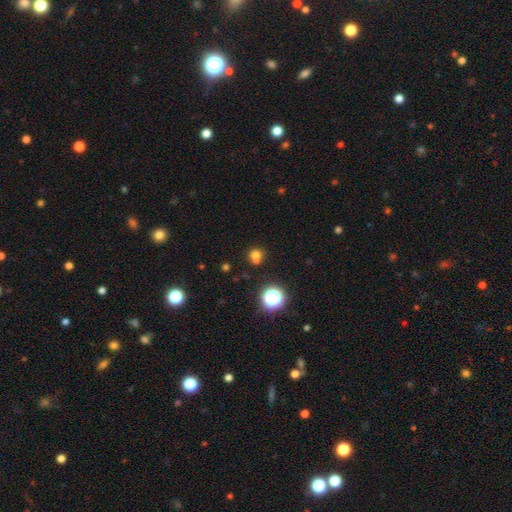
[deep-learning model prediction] Smooth or featured?
  - smooth: 69% *
  - star or artifact: 20%
  - featured or disk: 11%
How rounded?
  - round: 85% *
  - in between: 14%
  - cigar-shaped: 1%
Merging?
  - none: 53% *
  - merger: 34%
  - minor disturbance: 9%
  - major disturbance: 4%